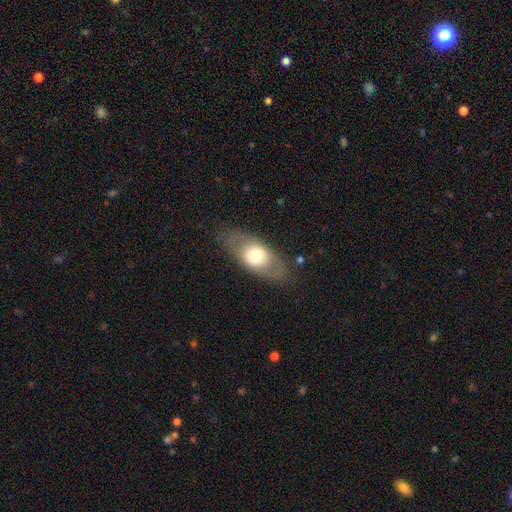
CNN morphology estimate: Smooth or featured? Predicted: smooth (p=0.54). How rounded? Predicted: in between (p=0.82). Merging? Predicted: none (p=0.77).